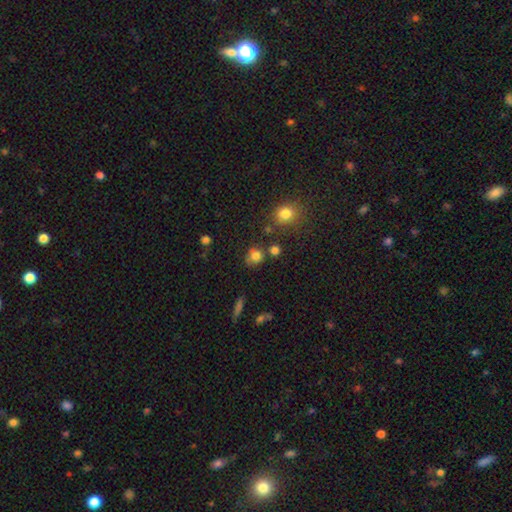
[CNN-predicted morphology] smooth-or-featured: smooth: 78% | star or artifact: 14% | featured or disk: 8%
  how-rounded: round: 73% | in between: 26% | cigar-shaped: 1%
  merging: none: 61% | minor disturbance: 19% | merger: 14% | major disturbance: 7%